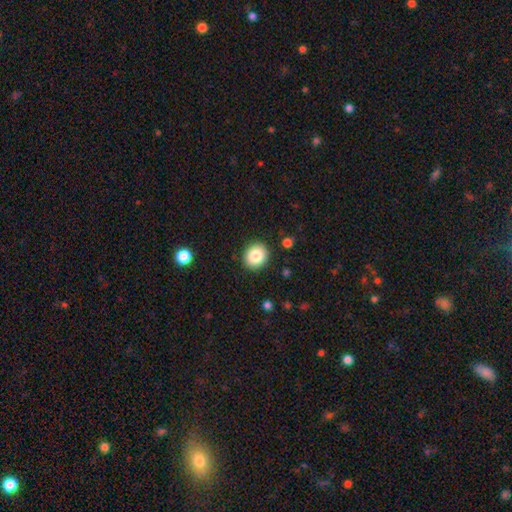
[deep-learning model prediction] smooth-or-featured: smooth: 84% | star or artifact: 9% | featured or disk: 7%
  how-rounded: round: 71% | in between: 29% | cigar-shaped: 1%
  merging: none: 90% | minor disturbance: 7% | major disturbance: 2% | merger: 1%